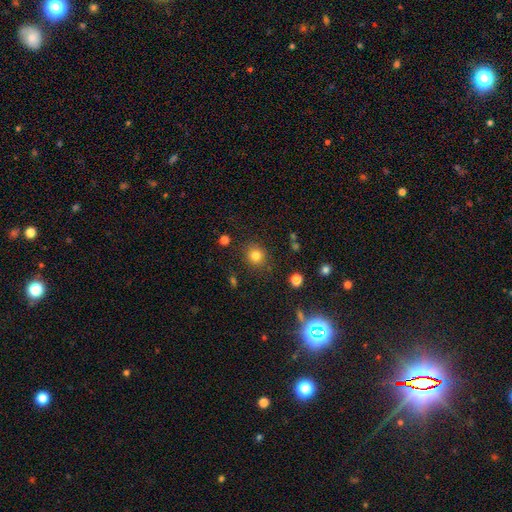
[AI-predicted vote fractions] Smooth or featured: smooth — 81% (star or artifact — 13%)
How rounded: round — 85% (in between — 14%)
Merging: none — 86% (minor disturbance — 9%)